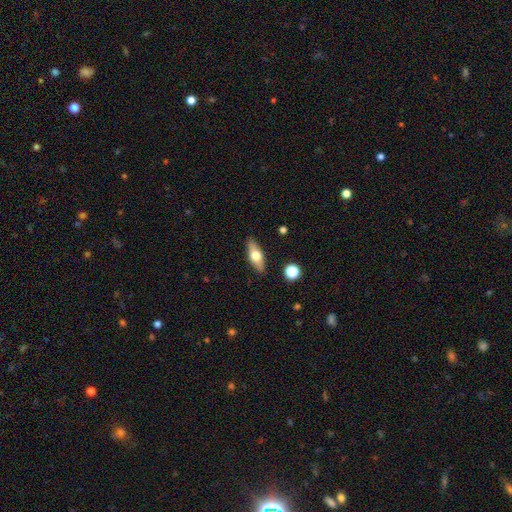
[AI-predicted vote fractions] smooth-or-featured: smooth: 56% | featured or disk: 38% | star or artifact: 7%
  how-rounded: in between: 65% | cigar-shaped: 30% | round: 4%
  merging: none: 88% | minor disturbance: 9% | major disturbance: 2% | merger: 2%